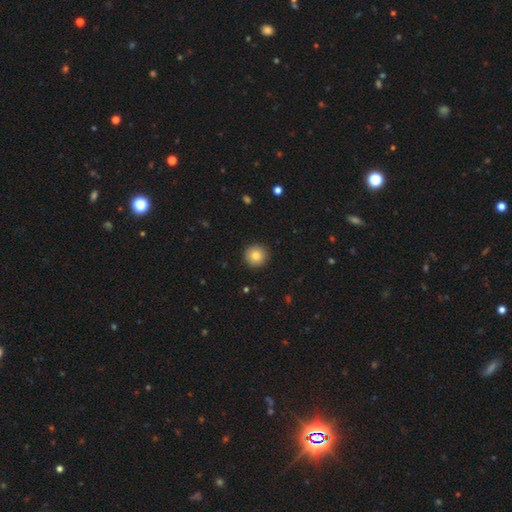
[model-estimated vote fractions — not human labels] A smooth galaxy with no disk features (83%) that is round (96%).

Vote fractions:
- Smooth or featured? smooth: 83% / star or artifact: 9% / featured or disk: 7%
- How rounded? round: 96% / in between: 3% / cigar-shaped: 1%
- Merging? none: 92% / minor disturbance: 5% / major disturbance: 2% / merger: 1%